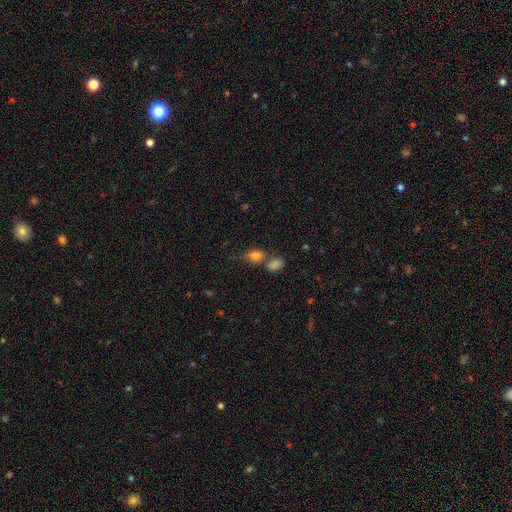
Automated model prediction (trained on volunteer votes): Smooth or featured? smooth (81%)
How rounded? in between (74%)
Merging? none (45%)